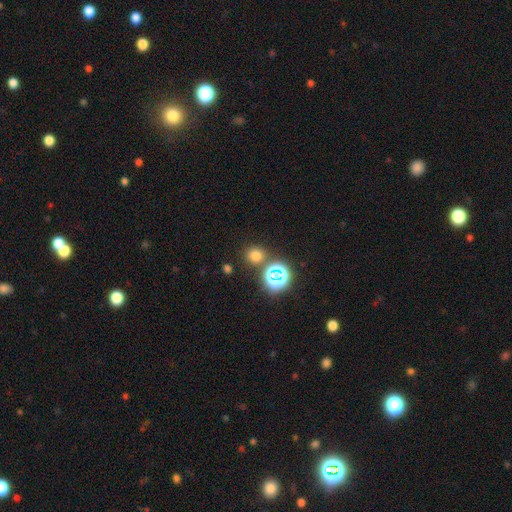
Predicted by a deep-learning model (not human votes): The model was most divided on "smooth or featured": smooth: 68%, star or artifact: 26%, featured or disk: 6%. More confident: how rounded — round (85%); merging — none (80%).